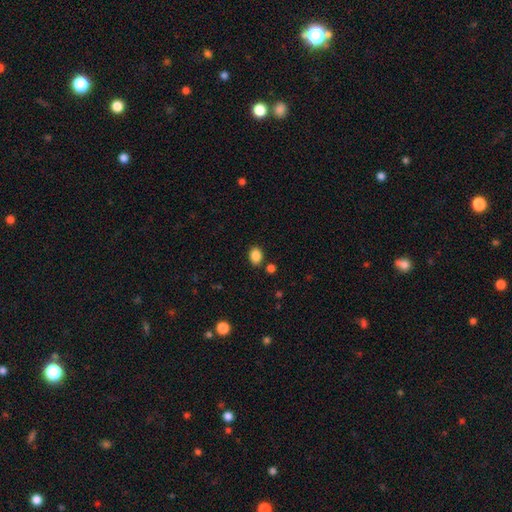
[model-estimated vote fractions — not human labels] smooth_or_featured: smooth (p=0.87) [alt: star or artifact p=0.09]
how_rounded: in between (p=0.67) [alt: round p=0.32]
merging: none (p=0.82) [alt: minor disturbance p=0.10]